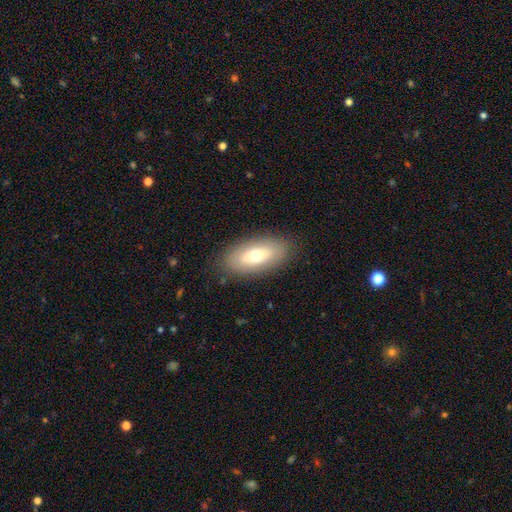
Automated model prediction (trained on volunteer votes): Smooth or featured? Predicted: smooth (p=0.63). How rounded? Predicted: in between (p=0.89). Merging? Predicted: none (p=0.86).